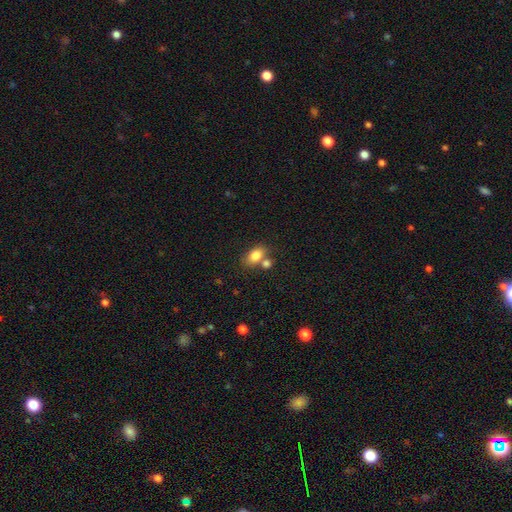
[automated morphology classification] Overall: smooth (81%). How rounded: in between (82%). Merging: none (54%; merger 30%).